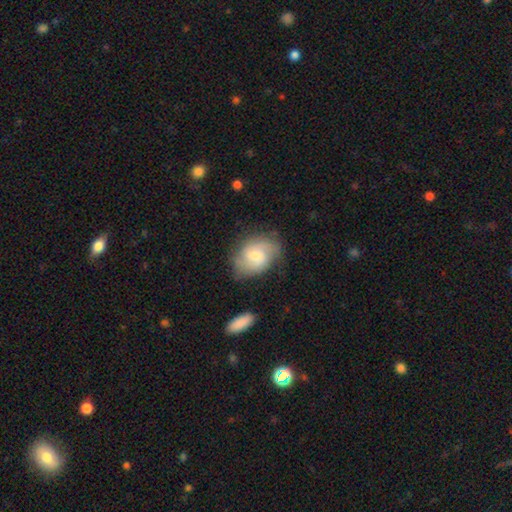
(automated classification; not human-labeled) smooth-or-featured: featured or disk: 62% | smooth: 32% | star or artifact: 7%
  disk-edge-on: no: 97% | yes: 3%
    bar: weak: 50% | no: 43% | strong: 7%
    has-spiral-arms: yes: 91% | no: 9%
      spiral-winding: medium: 49% | tight: 29% | loose: 22%
      spiral-arm-count: 2: 68% | can't tell: 16% | 3: 9% | 1: 3% | 4: 2% | more than 4: 2%
    bulge-size: moderate: 51% | small: 40% | large: 5% | none: 3% | dominant: 1%
  merging: none: 70% | minor disturbance: 20% | major disturbance: 7% | merger: 2%